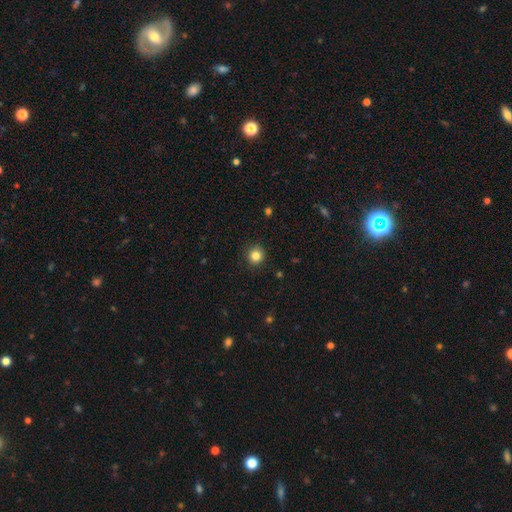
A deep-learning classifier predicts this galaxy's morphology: A smooth galaxy with no disk features (83%) that is round (93%). Merging: none (91%).